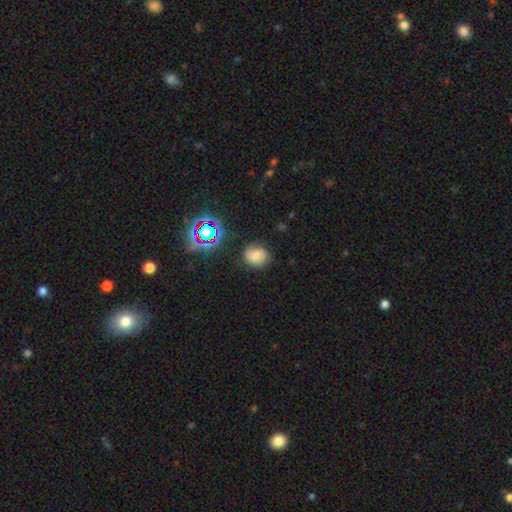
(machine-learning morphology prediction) Smooth or featured?
  - smooth: 66% *
  - featured or disk: 17%
  - star or artifact: 17%
How rounded?
  - round: 70% *
  - in between: 29%
  - cigar-shaped: 1%
Merging?
  - none: 75% *
  - minor disturbance: 17%
  - major disturbance: 5%
  - merger: 2%